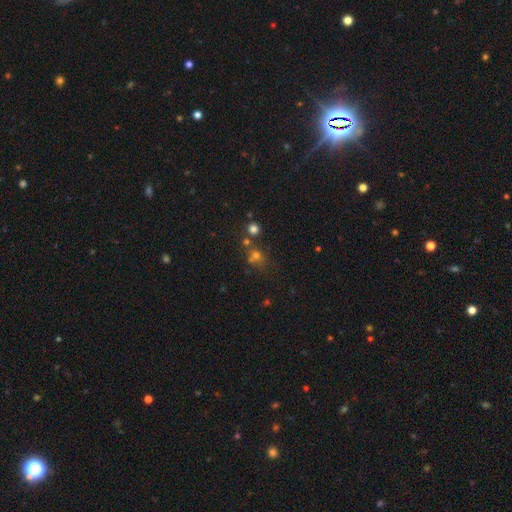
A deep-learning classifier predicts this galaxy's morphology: A smooth galaxy with no disk features (57%) that is round (79%). Merging: none (55%).